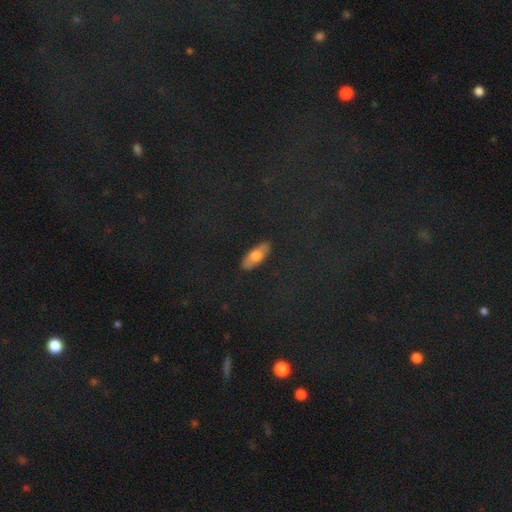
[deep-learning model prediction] This appears to be a smooth galaxy with no disk features (65%) that is in between round and cigar-shaped (73%). Merging: none (88%).